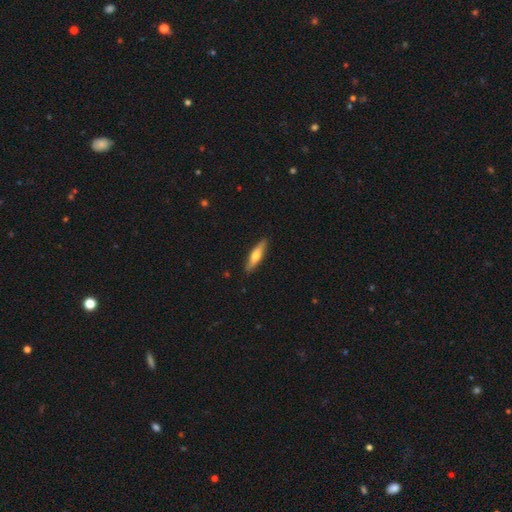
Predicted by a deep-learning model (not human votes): Smooth or featured: smooth — 59% (featured or disk — 35%)
How rounded: cigar-shaped — 76% (in between — 22%)
Merging: none — 88% (minor disturbance — 9%)